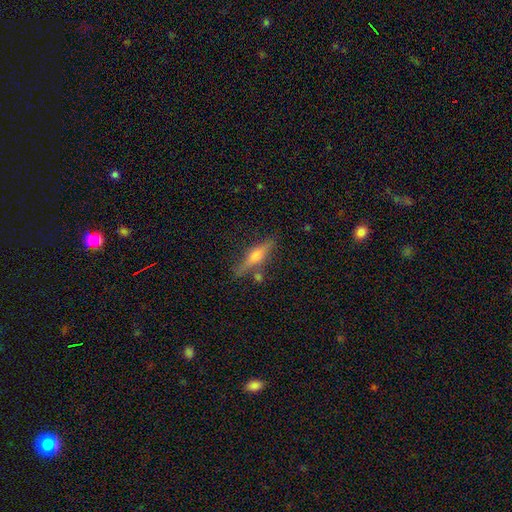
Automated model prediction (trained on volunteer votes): Smooth or featured? featured or disk (63%)
Edge-on disk? yes (95%)
Edge-on bulge? rounded (87%)
Merging? none (80%)